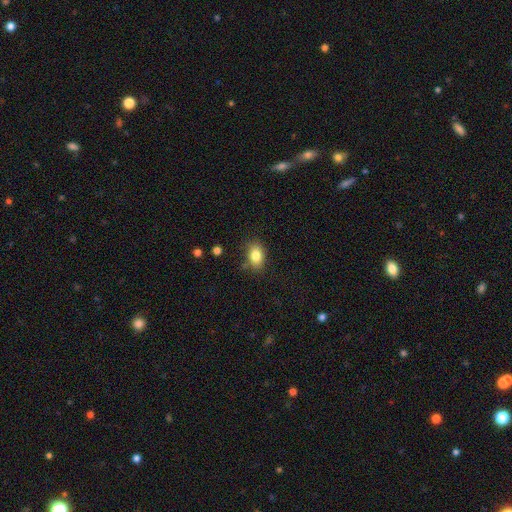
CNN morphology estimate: smooth-or-featured: smooth: 83% | star or artifact: 8% | featured or disk: 8%
  how-rounded: in between: 84% | round: 15% | cigar-shaped: 2%
  merging: none: 80% | minor disturbance: 14% | major disturbance: 3% | merger: 3%